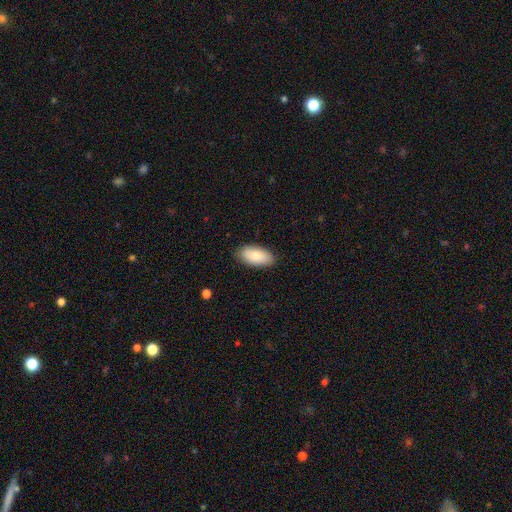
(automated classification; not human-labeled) This appears to be a smooth galaxy with no disk features (82%) that is in between round and cigar-shaped (94%). Merging: none (84%).